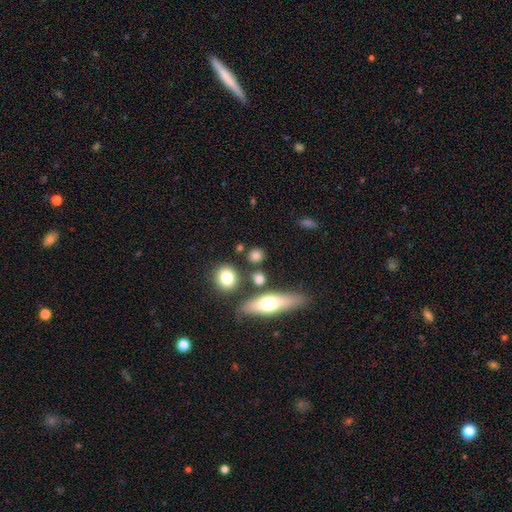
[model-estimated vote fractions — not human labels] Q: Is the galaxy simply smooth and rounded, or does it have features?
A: smooth — 77%.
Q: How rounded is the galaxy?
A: round — 79%.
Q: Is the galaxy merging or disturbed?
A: none — 78%.